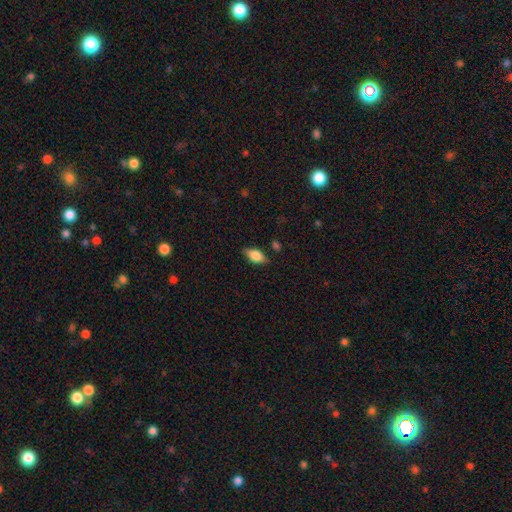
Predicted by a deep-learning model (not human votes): Overall: smooth (75%). How rounded: in between (87%). Merging: none (81%).